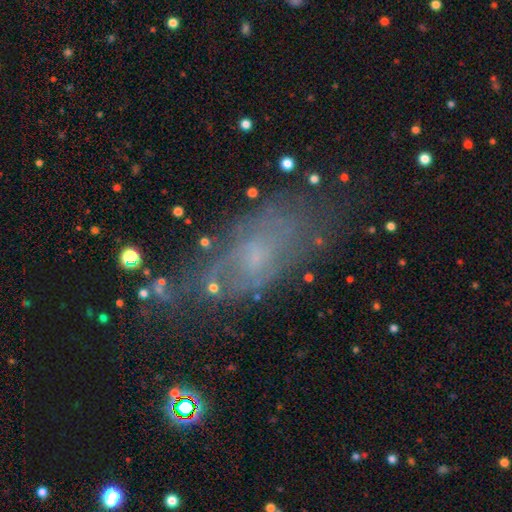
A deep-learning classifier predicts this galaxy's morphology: Q: Smooth or featured?
A: featured or disk (49%); runner-up: smooth (36%)
Q: Merging?
A: none (59%); runner-up: minor disturbance (24%)